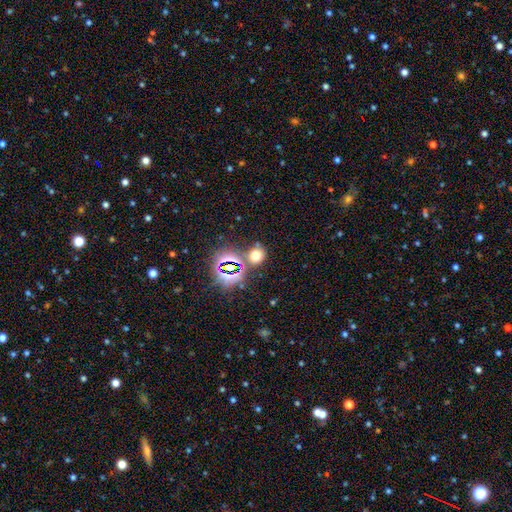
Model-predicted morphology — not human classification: This appears to be a smooth galaxy with no disk features (57%) that is round (71%). Merging: none (74%).